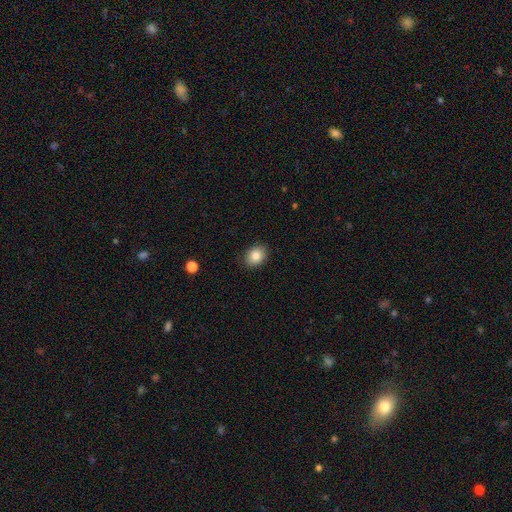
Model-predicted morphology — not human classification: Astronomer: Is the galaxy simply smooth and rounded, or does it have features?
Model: smooth — 84%.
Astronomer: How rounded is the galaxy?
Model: in between — 56% (runner-up: round, 43%).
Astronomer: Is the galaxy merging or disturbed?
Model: none — 88%.